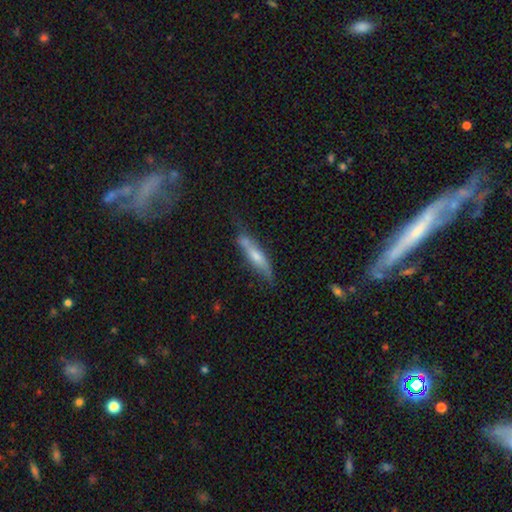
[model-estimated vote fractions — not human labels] Overall: smooth (51%; featured or disk 42%). How rounded: cigar-shaped (83%). Merging: none (57%; minor disturbance 26%).